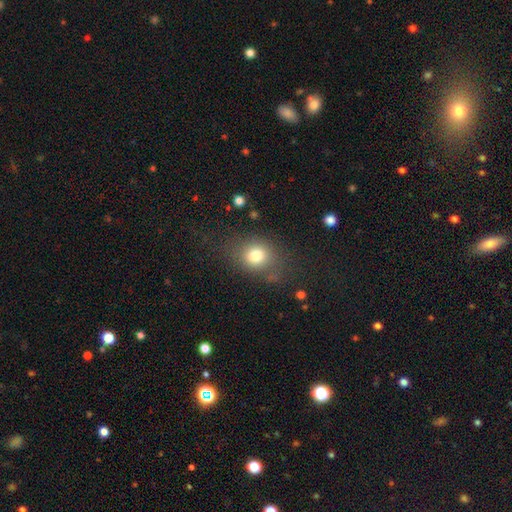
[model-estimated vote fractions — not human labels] Smooth or featured: smooth — 78% (star or artifact — 12%)
How rounded: round — 59% (in between — 40%)
Merging: none — 71% (minor disturbance — 17%)